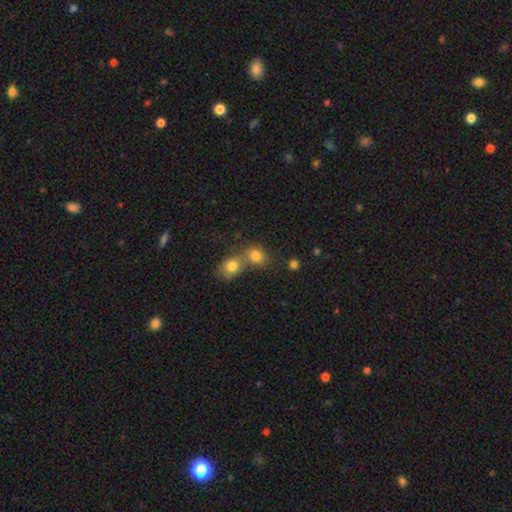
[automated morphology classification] type=smooth (79%); roundness=round (63%); merging=merger (52%).